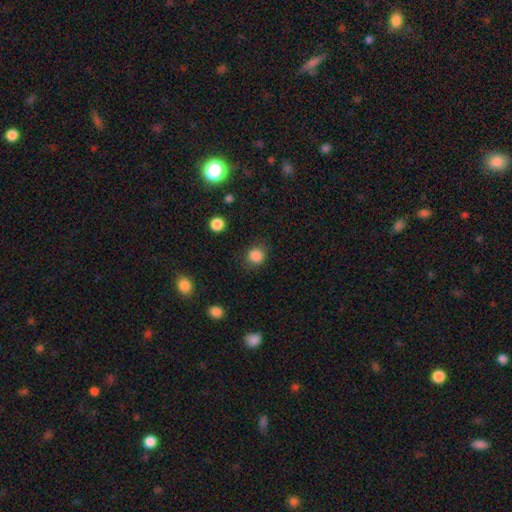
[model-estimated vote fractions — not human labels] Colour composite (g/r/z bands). It shows a smooth galaxy with no disk features (86%) that is round (87%). Merging: none (83%).